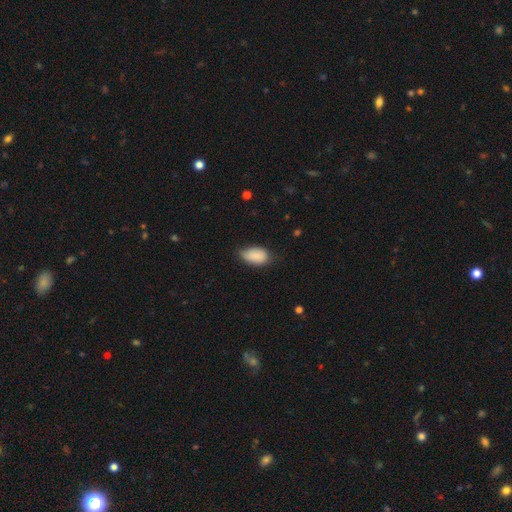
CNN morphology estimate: The model was most divided on "merging": none: 54%, minor disturbance: 38%, major disturbance: 7%, merger: 1%. More confident: how rounded — in between (93%); smooth or featured — smooth (86%).